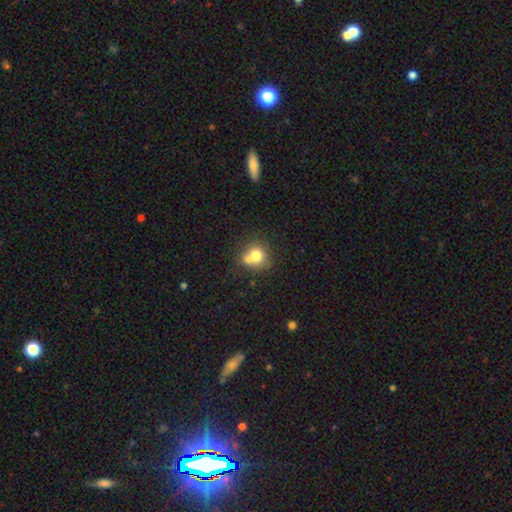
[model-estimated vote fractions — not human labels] Overall: smooth (72%). How rounded: round (78%). Merging: none (41%; merger 40%).